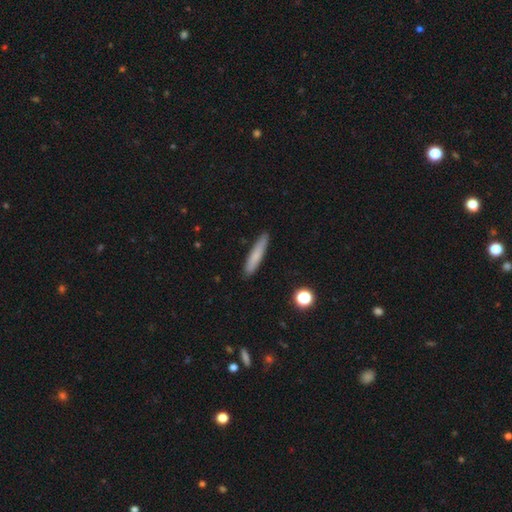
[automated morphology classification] smooth_or_featured: smooth (p=0.75) [alt: featured or disk p=0.18]
how_rounded: cigar-shaped (p=0.92) [alt: in between p=0.07]
merging: none (p=0.89) [alt: minor disturbance p=0.08]